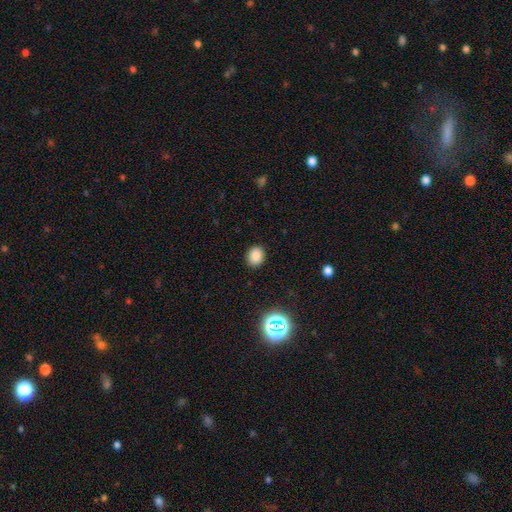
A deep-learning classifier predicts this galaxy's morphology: The model was most divided on "how rounded": in between: 50%, round: 49%, cigar-shaped: 1%. More confident: merging — none (89%); smooth or featured — smooth (83%).